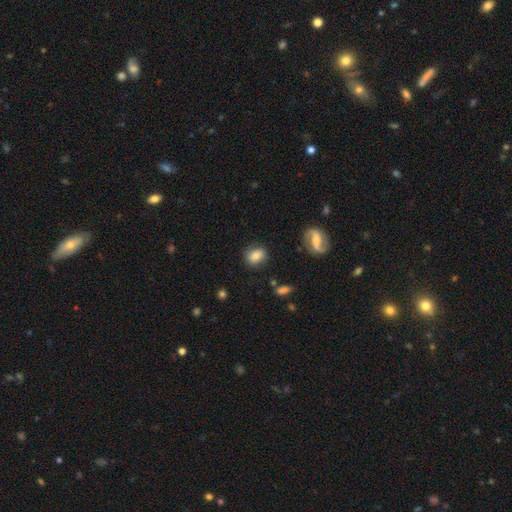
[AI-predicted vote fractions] Smooth or featured?
  - smooth: 73% *
  - featured or disk: 18%
  - star or artifact: 9%
How rounded?
  - in between: 51% *
  - round: 47%
  - cigar-shaped: 2%
Merging?
  - none: 81% *
  - minor disturbance: 13%
  - major disturbance: 4%
  - merger: 2%